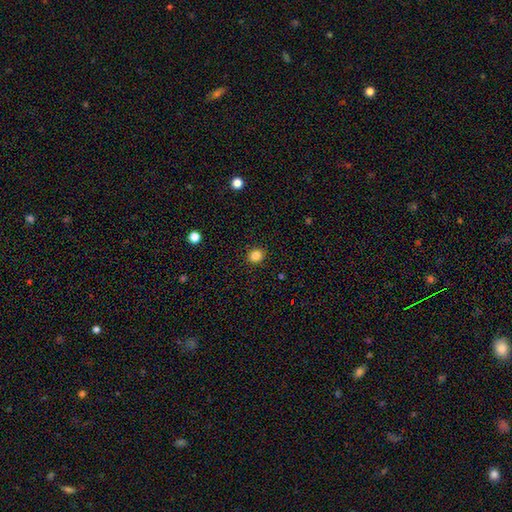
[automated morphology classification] type=smooth (84%); roundness=round (83%); merging=none (92%).